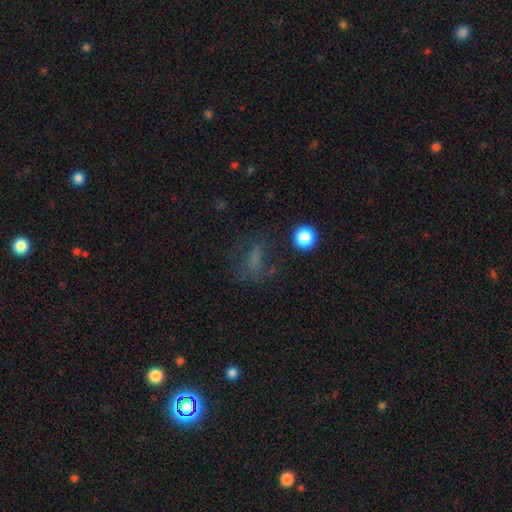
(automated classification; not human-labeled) Overall: smooth (49%; star or artifact 27%). Merging: none (56%; major disturbance 22%).